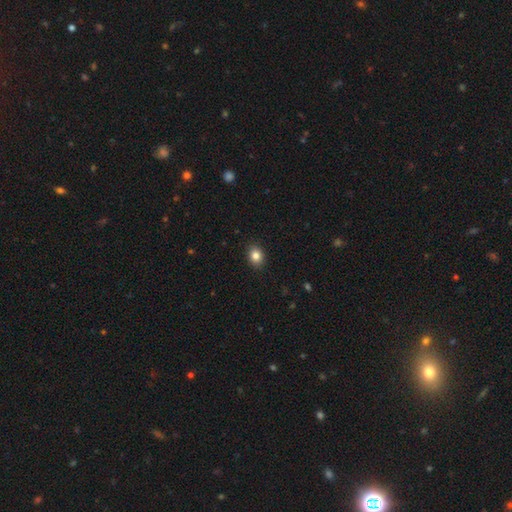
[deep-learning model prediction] The model was most divided on "how rounded": in between: 51%, round: 48%, cigar-shaped: 1%. More confident: merging — none (90%); smooth or featured — smooth (84%).